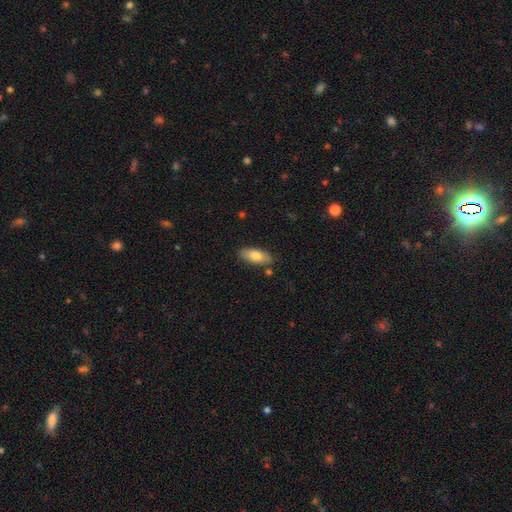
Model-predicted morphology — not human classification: Q: Smooth or featured?
A: smooth (78%); runner-up: featured or disk (16%)
Q: How rounded?
A: in between (85%); runner-up: cigar-shaped (13%)
Q: Merging?
A: none (82%); runner-up: minor disturbance (12%)